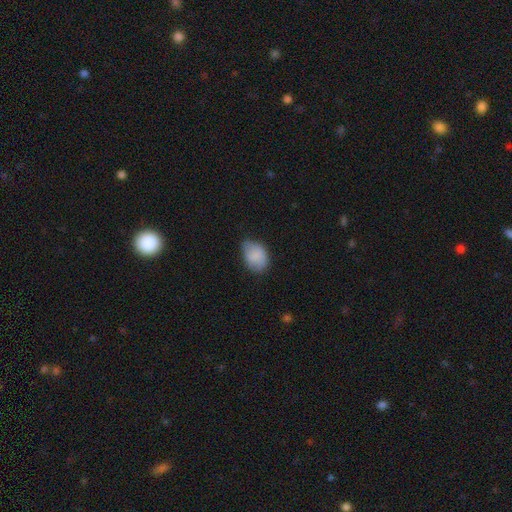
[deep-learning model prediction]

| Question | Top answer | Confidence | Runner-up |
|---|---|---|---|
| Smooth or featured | smooth | 84% | featured or disk (9%) |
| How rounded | in between | 80% | round (19%) |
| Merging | none | 60% | minor disturbance (32%) |